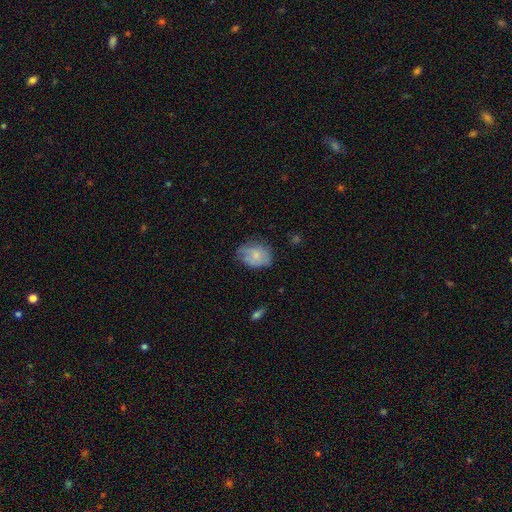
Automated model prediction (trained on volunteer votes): This is likely a smooth galaxy (65%). How rounded: likely in between (68%). Merging: possibly none (55%).